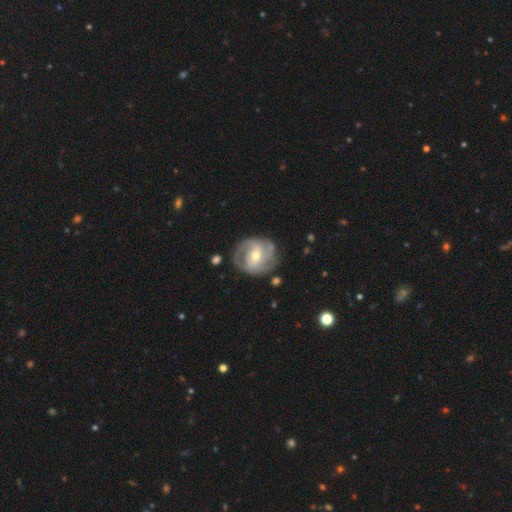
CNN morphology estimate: Smooth or featured: featured or disk — 83% (smooth — 12%)
Edge-on disk: no — 97% (yes — 3%)
Bar: weak — 44% (no — 37%)
Spiral arms: yes — 92% (no — 8%)
Spiral winding: tight — 44% (medium — 42%)
Spiral arm count: 2 — 40% (3 — 27%)
Bulge size: moderate — 64% (small — 32%)
Merging: none — 72% (minor disturbance — 18%)